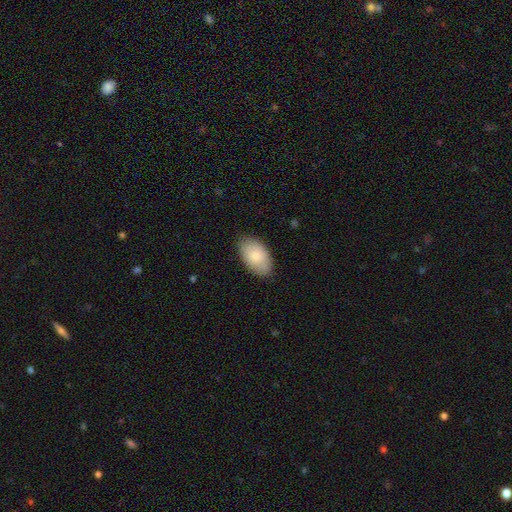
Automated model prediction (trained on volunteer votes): Smooth or featured: smooth — 79% (featured or disk — 16%)
How rounded: in between — 93% (round — 6%)
Merging: none — 83% (minor disturbance — 14%)